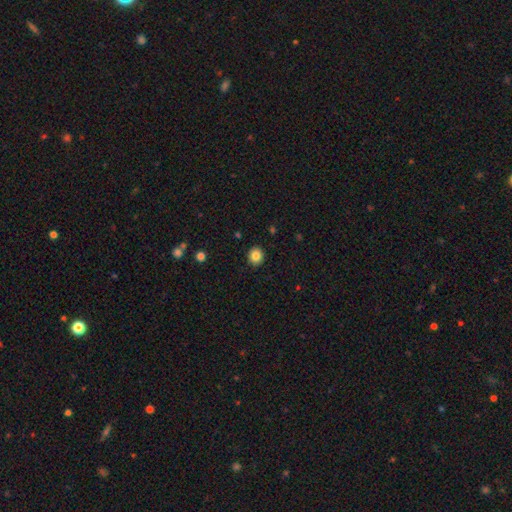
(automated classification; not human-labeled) A smooth galaxy with no disk features (84%) that is round (81%). Merging: none (91%).